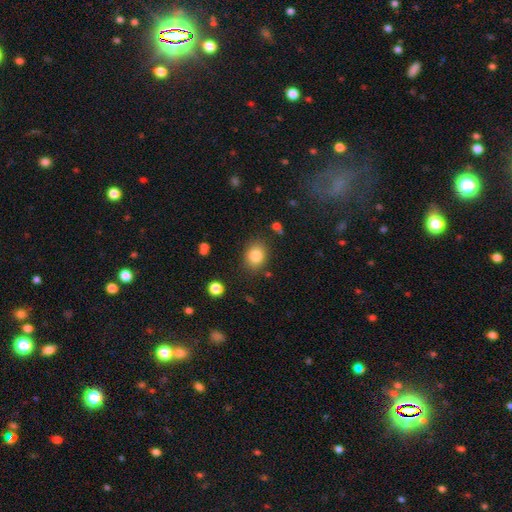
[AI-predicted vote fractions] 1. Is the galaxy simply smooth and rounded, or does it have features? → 84% smooth, 10% star or artifact, 7% featured or disk.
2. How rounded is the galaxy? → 50% round, 49% in between, 1% cigar-shaped.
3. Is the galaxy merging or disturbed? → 82% none, 12% minor disturbance, 4% major disturbance, 3% merger.